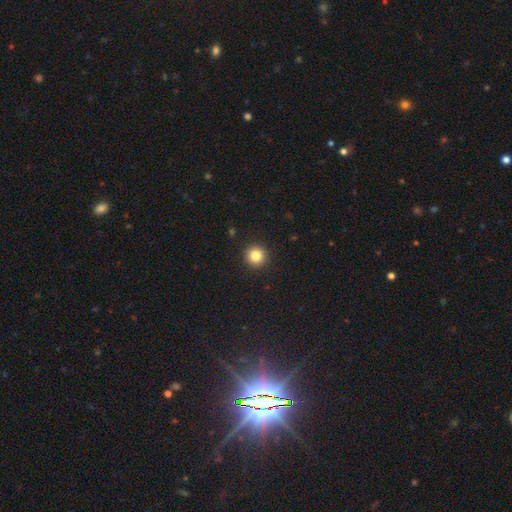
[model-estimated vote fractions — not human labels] Smooth or featured? smooth (83%)
How rounded? round (95%)
Merging? none (93%)